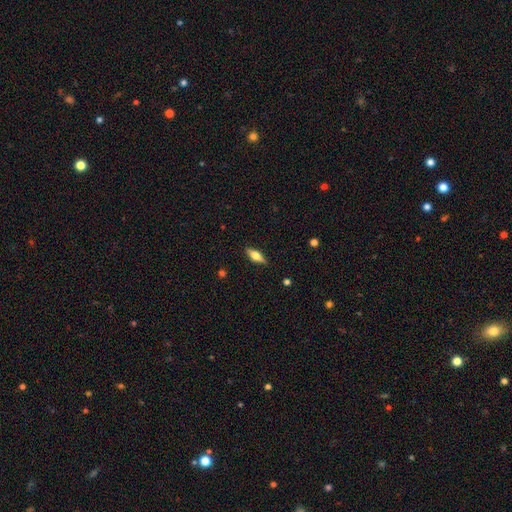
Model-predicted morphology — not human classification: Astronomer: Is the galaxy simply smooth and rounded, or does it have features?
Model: smooth — 53% (runner-up: featured or disk, 40%).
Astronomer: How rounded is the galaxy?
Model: in between — 64%.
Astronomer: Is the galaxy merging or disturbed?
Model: none — 87%.